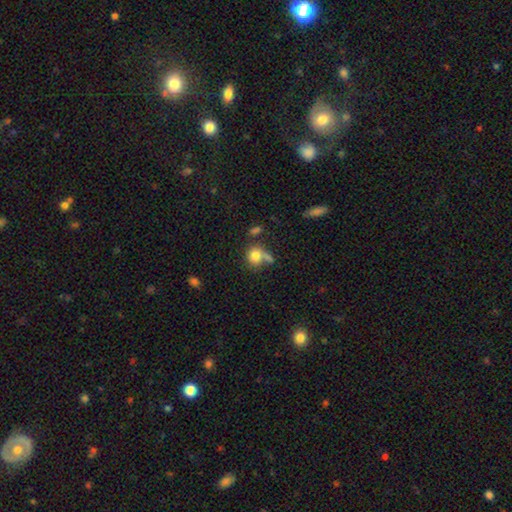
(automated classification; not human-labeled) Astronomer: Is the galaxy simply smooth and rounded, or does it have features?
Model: smooth — 79%.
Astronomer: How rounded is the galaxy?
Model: round — 75%.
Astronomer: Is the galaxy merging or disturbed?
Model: none — 48% (runner-up: merger, 26%).